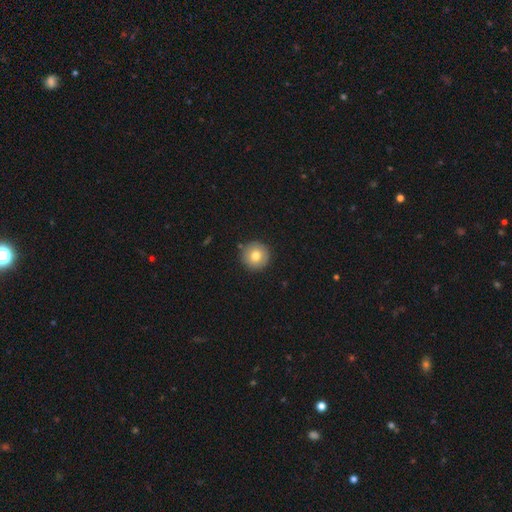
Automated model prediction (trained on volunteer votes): Smooth or featured? smooth (77%)
How rounded? round (96%)
Merging? none (89%)